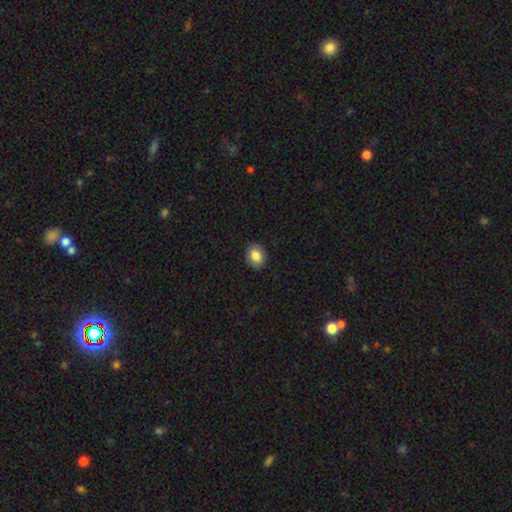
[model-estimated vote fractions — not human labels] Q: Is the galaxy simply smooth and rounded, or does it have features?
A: smooth — 85%.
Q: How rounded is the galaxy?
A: in between — 63%.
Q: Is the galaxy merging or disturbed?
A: none — 89%.